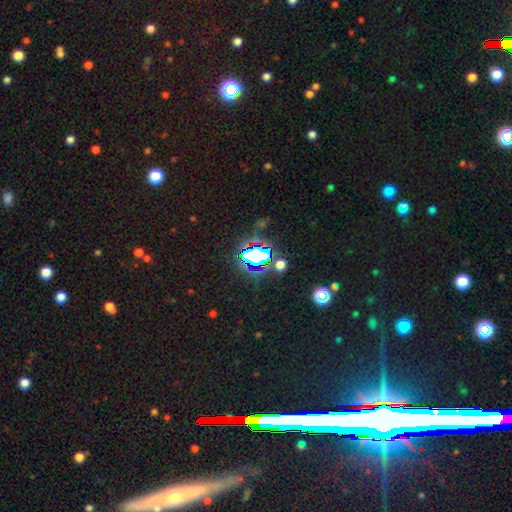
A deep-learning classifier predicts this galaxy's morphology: Q: Smooth or featured?
A: star or artifact (67%); runner-up: smooth (20%)